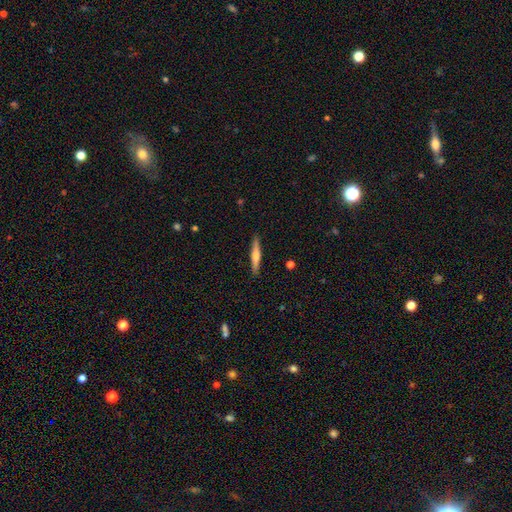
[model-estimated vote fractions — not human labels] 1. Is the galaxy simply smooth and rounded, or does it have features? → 48% featured or disk, 46% smooth, 6% star or artifact.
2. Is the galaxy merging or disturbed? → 90% none, 7% minor disturbance, 1% major disturbance, 1% merger.